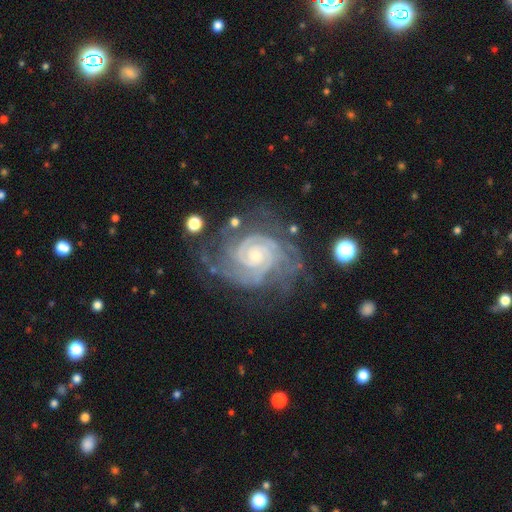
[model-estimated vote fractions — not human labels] smooth_or_featured: featured or disk (p=0.92) [alt: star or artifact p=0.05]
disk_edge_on: no (p=0.98) [alt: yes p=0.02]
bar: no (p=0.71) [alt: weak p=0.23]
has_spiral_arms: yes (p=0.98) [alt: no p=0.02]
spiral_winding: tight (p=0.78) [alt: medium p=0.20]
spiral_arm_count: 2 (p=0.40) [alt: 3 p=0.22]
bulge_size: small (p=0.67) [alt: moderate p=0.28]
merging: none (p=0.66) [alt: minor disturbance p=0.21]